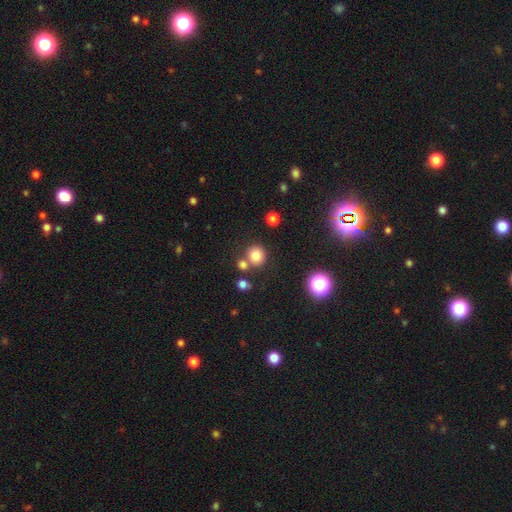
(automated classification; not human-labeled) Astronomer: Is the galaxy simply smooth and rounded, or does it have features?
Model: smooth — 79%.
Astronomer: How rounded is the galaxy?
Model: round — 87%.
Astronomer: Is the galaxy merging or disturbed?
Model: none — 70%.